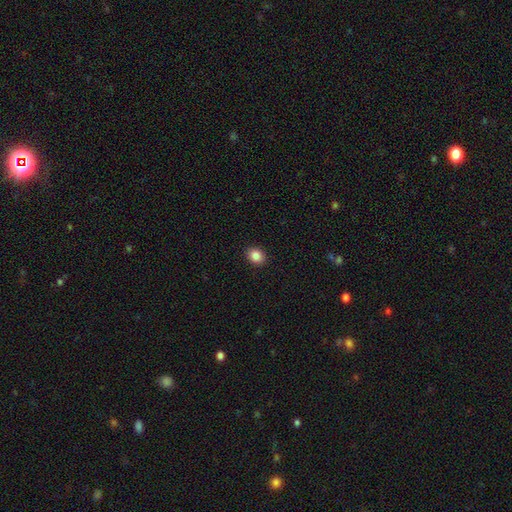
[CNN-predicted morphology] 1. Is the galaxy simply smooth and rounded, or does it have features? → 86% smooth, 10% star or artifact, 5% featured or disk.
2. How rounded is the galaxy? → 57% round, 42% in between, 1% cigar-shaped.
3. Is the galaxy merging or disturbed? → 91% none, 6% minor disturbance, 2% major disturbance, 1% merger.